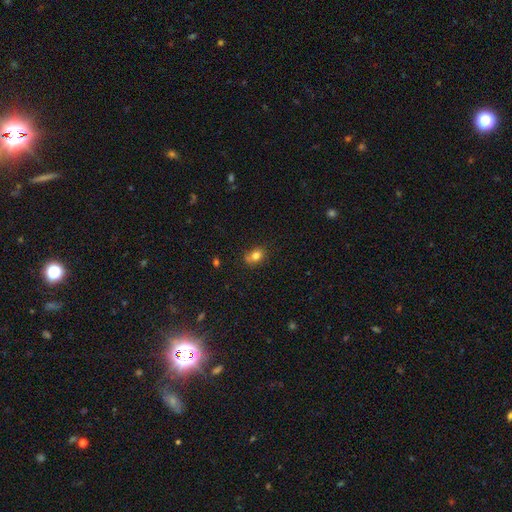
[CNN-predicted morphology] Smooth or featured?
  - smooth: 79% *
  - star or artifact: 12%
  - featured or disk: 10%
How rounded?
  - in between: 53% *
  - round: 46%
  - cigar-shaped: 1%
Merging?
  - none: 58% *
  - minor disturbance: 19%
  - merger: 18%
  - major disturbance: 5%